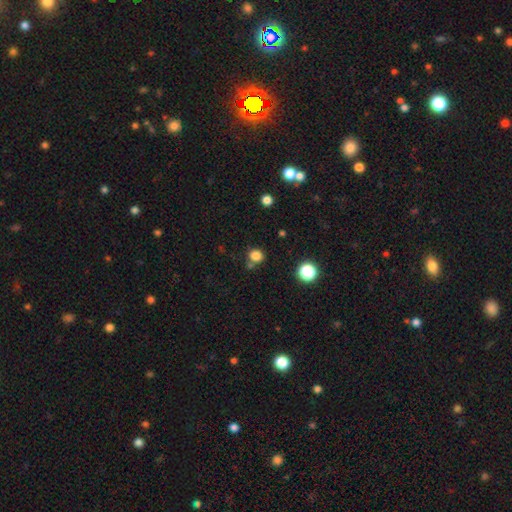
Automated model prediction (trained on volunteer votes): Smooth or featured: smooth — 81% (star or artifact — 15%)
How rounded: round — 82% (in between — 17%)
Merging: none — 70% (merger — 14%)